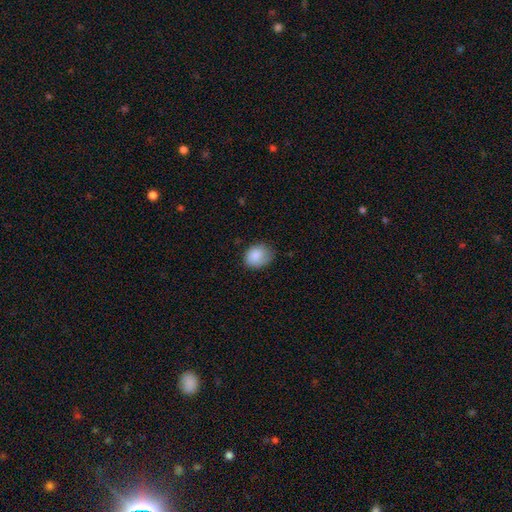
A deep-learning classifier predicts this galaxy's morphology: Smooth or featured?
  - smooth: 86% *
  - star or artifact: 7%
  - featured or disk: 7%
How rounded?
  - in between: 53% *
  - round: 46%
  - cigar-shaped: 1%
Merging?
  - none: 65% *
  - minor disturbance: 28%
  - major disturbance: 6%
  - merger: 1%